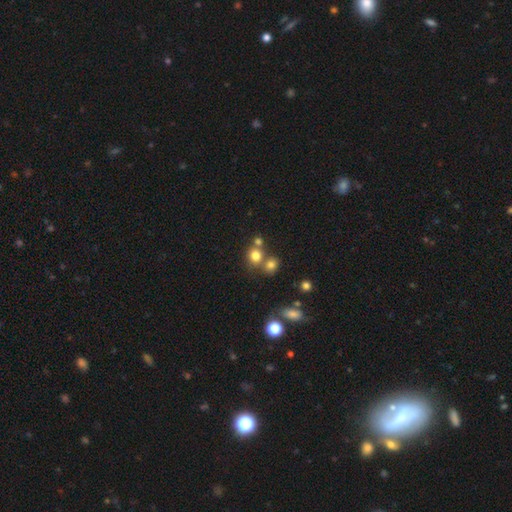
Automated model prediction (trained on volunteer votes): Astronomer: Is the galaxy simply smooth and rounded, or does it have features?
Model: smooth — 76%.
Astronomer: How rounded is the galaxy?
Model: round — 83%.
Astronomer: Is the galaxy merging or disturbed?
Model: none — 57%.